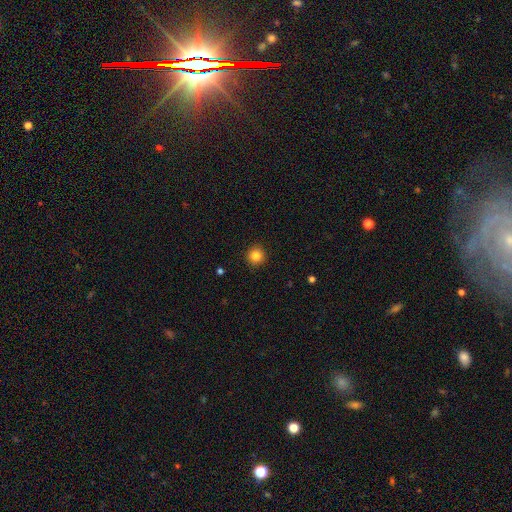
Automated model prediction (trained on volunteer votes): smooth_or_featured: smooth (p=0.84) [alt: star or artifact p=0.11]
how_rounded: round (p=0.94) [alt: in between p=0.05]
merging: none (p=0.92) [alt: minor disturbance p=0.05]